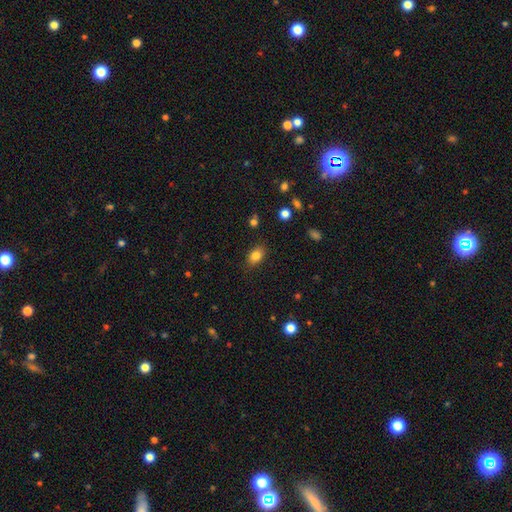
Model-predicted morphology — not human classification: type=smooth (82%); roundness=in between (79%); merging=none (84%).